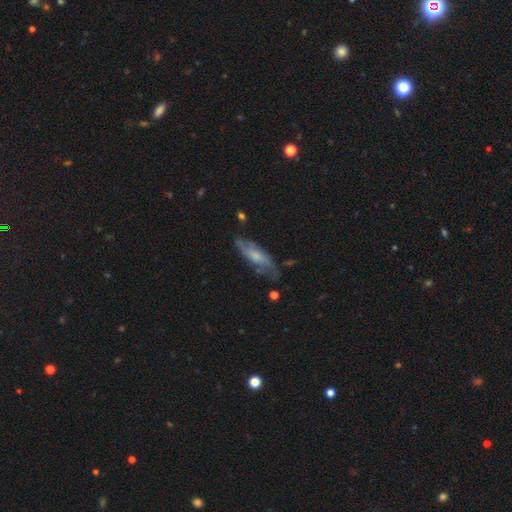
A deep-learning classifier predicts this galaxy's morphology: Smooth or featured?
  - featured or disk: 58% *
  - smooth: 35%
  - star or artifact: 7%
Edge-on disk?
  - no: 74% *
  - yes: 26%
Merging?
  - none: 61% *
  - minor disturbance: 25%
  - major disturbance: 11%
  - merger: 3%